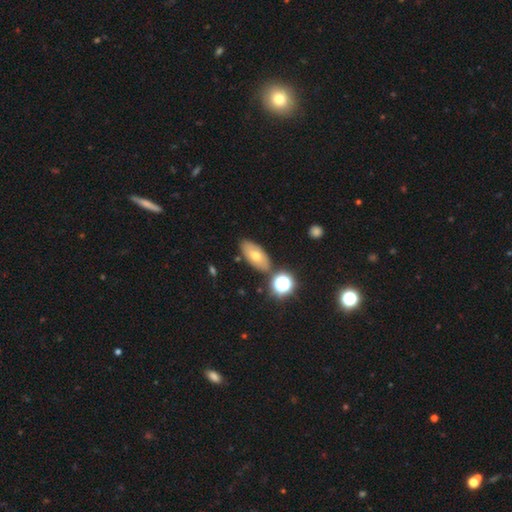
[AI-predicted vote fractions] Overall: smooth (61%; featured or disk 25%). How rounded: in between (87%). Merging: none (80%).